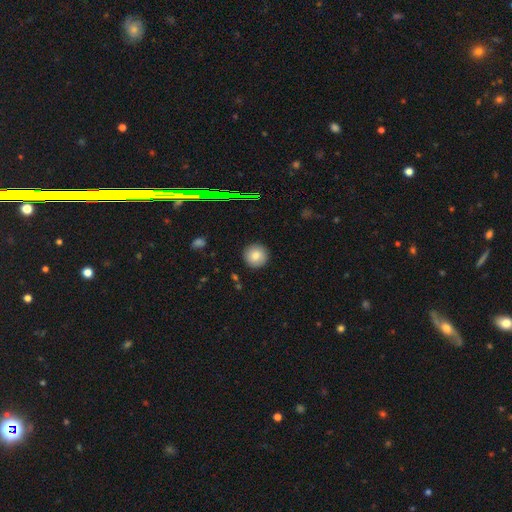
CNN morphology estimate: A smooth galaxy with no disk features (81%) that is round (95%). Merging: none (91%).